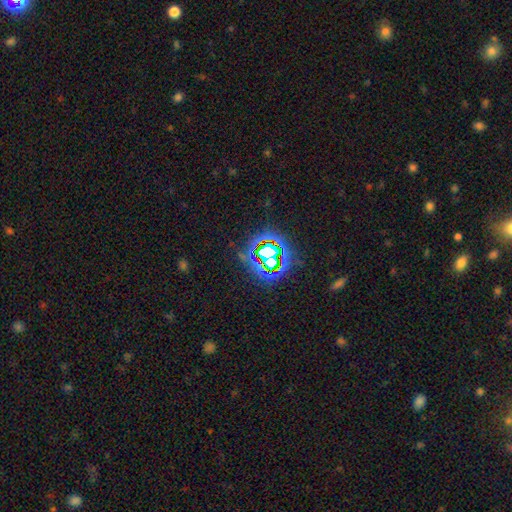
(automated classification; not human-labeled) The model was most divided on "smooth or featured": star or artifact: 78%, smooth: 12%, featured or disk: 9%.